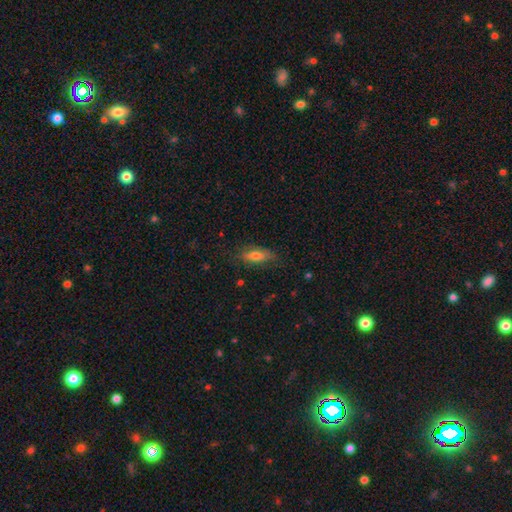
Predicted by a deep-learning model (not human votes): This appears to be a smooth galaxy with no disk features (68%) that is in between round and cigar-shaped (63%). Merging: none (74%).